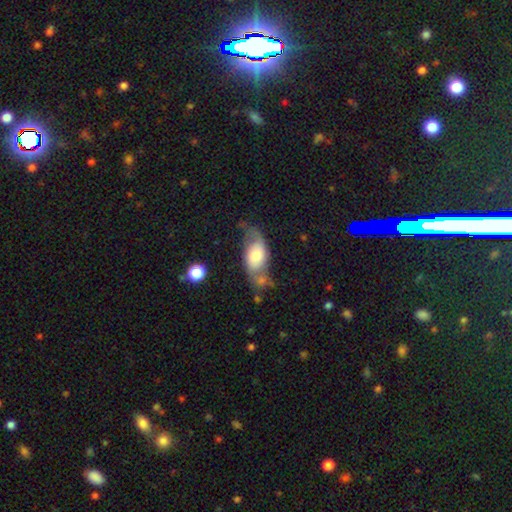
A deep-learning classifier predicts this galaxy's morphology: A featured or disk galaxy (51%). Merging: none (43%).